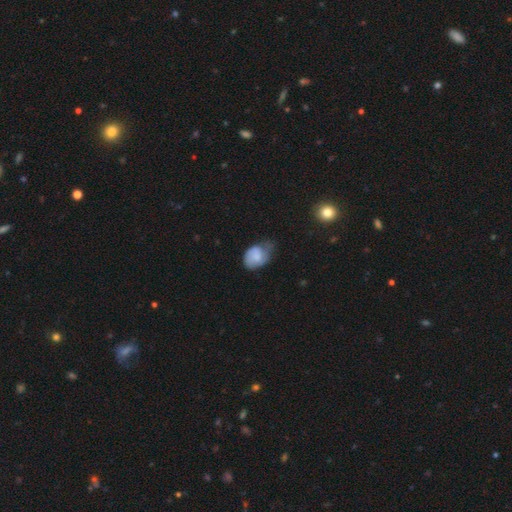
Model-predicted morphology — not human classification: smooth-or-featured: smooth: 61% | featured or disk: 31% | star or artifact: 8%
  how-rounded: in between: 72% | round: 27% | cigar-shaped: 1%
  merging: minor disturbance: 44% | none: 31% | major disturbance: 22% | merger: 2%